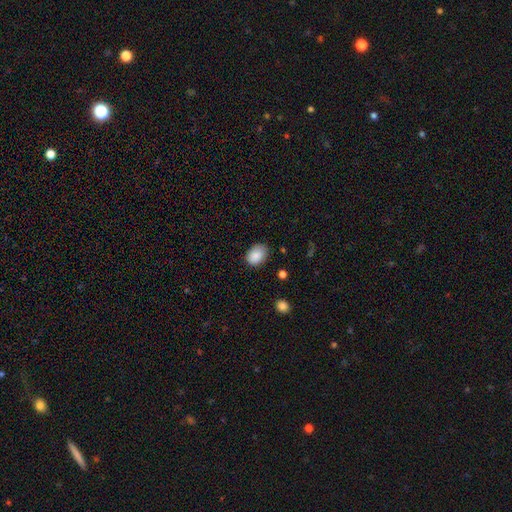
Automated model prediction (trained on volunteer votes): The model was most divided on "how rounded": in between: 77%, round: 22%, cigar-shaped: 1%. More confident: smooth or featured — smooth (87%); merging — none (77%).